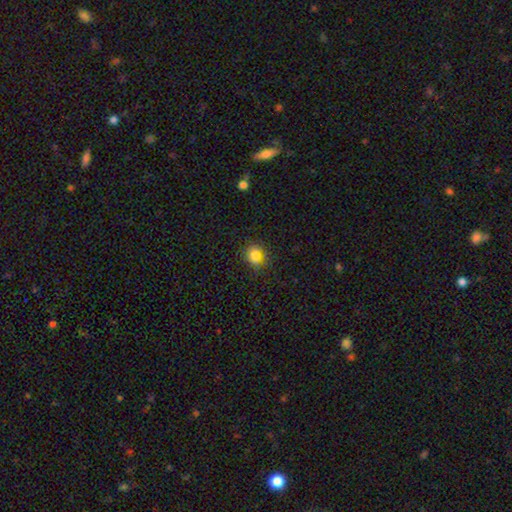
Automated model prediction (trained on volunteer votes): Smooth or featured? Predicted: smooth (p=0.79). How rounded? Predicted: round (p=0.58). Merging? Predicted: none (p=0.82).